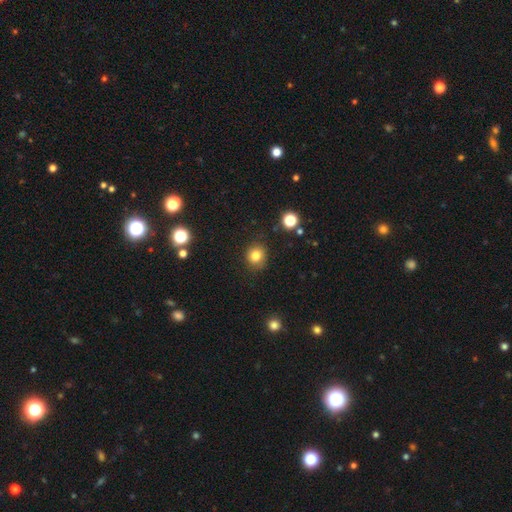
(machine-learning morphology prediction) Q: Smooth or featured?
A: smooth (82%); runner-up: star or artifact (12%)
Q: How rounded?
A: round (83%); runner-up: in between (16%)
Q: Merging?
A: none (86%); runner-up: minor disturbance (9%)